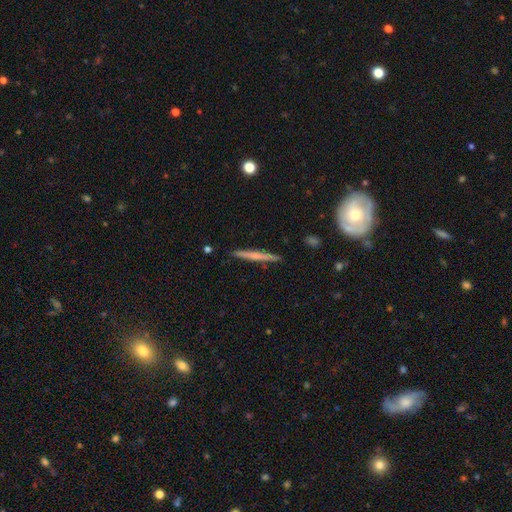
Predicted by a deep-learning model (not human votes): The model was most divided on "smooth or featured": smooth: 50%, featured or disk: 44%, star or artifact: 6%. More confident: how rounded — cigar-shaped (96%); merging — none (91%).